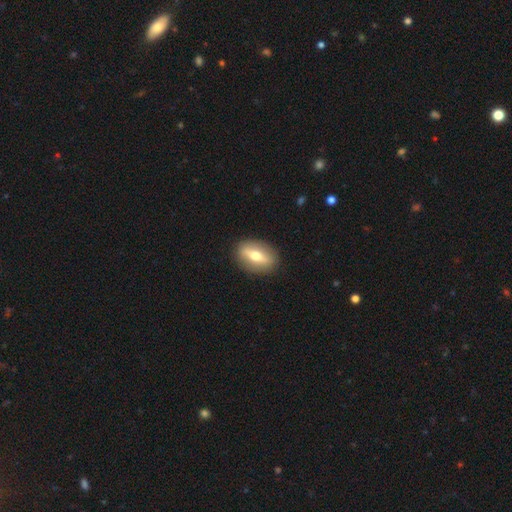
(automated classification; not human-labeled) smooth_or_featured: featured or disk (p=0.47) [alt: smooth p=0.46]
merging: none (p=0.88) [alt: minor disturbance p=0.08]